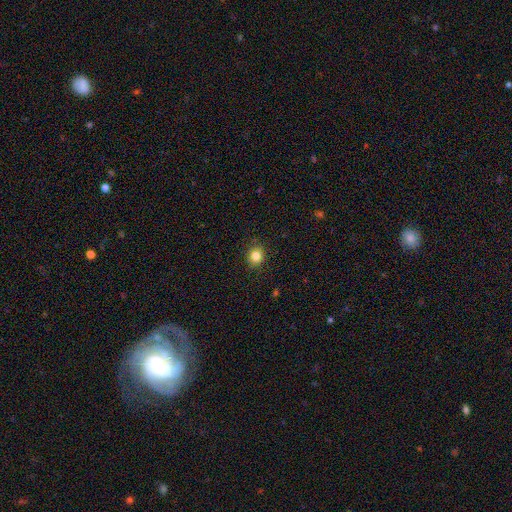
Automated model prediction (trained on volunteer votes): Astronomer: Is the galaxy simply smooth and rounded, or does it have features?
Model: smooth — 83%.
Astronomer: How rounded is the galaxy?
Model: round — 79%.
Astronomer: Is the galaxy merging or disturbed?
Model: none — 89%.